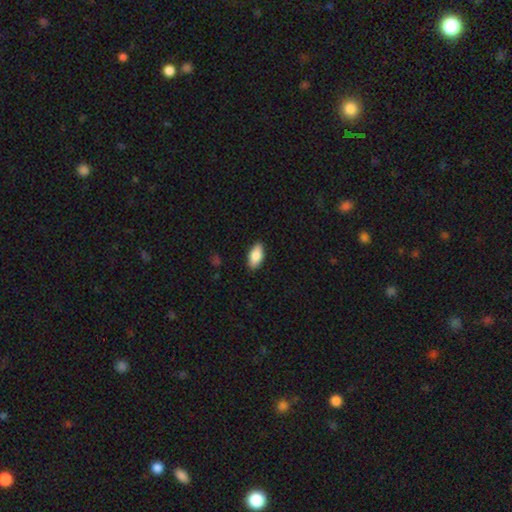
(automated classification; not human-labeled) Smooth or featured? Predicted: smooth (p=0.84). How rounded? Predicted: in between (p=0.89). Merging? Predicted: none (p=0.88).